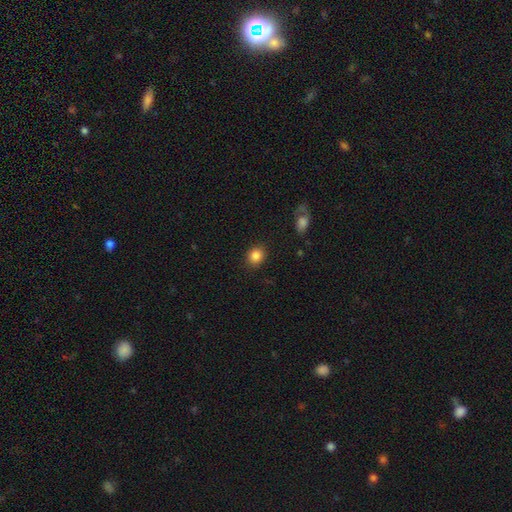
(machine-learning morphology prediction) Smooth or featured? Predicted: smooth (p=0.85). How rounded? Predicted: round (p=0.68). Merging? Predicted: none (p=0.88).